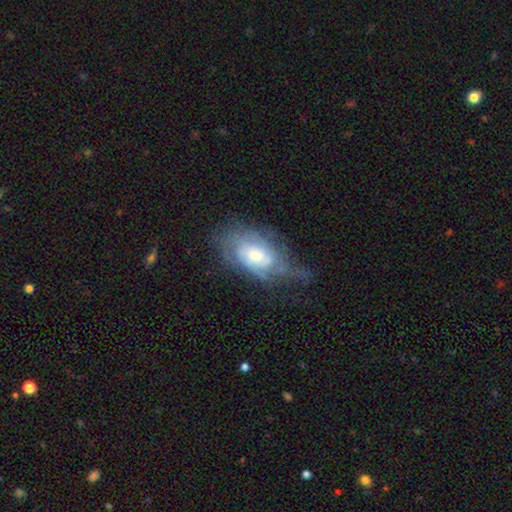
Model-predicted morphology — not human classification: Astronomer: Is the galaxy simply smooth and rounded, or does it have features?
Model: featured or disk — 69%.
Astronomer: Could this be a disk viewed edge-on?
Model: no — 94%.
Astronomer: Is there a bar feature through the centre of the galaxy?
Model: no — 62%.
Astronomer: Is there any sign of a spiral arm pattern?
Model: yes — 85%.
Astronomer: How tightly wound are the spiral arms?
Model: tight — 50% (runner-up: medium, 35%).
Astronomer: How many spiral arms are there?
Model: can't tell — 47% (runner-up: 2, 28%).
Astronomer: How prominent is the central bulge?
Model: moderate — 55%.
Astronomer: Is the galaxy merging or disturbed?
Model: none — 42% (runner-up: minor disturbance, 29%).